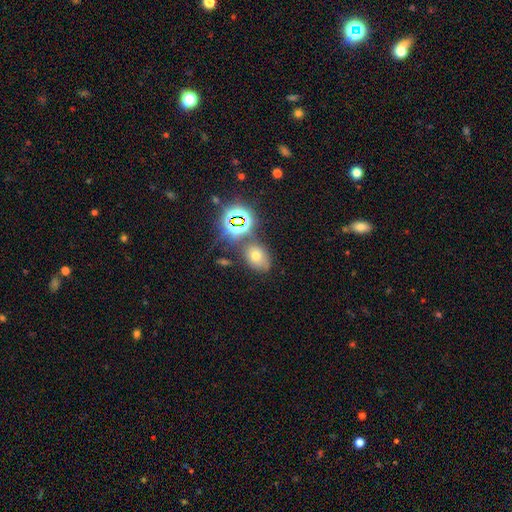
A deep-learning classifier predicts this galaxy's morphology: Smooth or featured?
  - smooth: 56% *
  - star or artifact: 27%
  - featured or disk: 17%
How rounded?
  - in between: 68% *
  - round: 31%
  - cigar-shaped: 1%
Merging?
  - none: 66% *
  - minor disturbance: 16%
  - merger: 13%
  - major disturbance: 6%